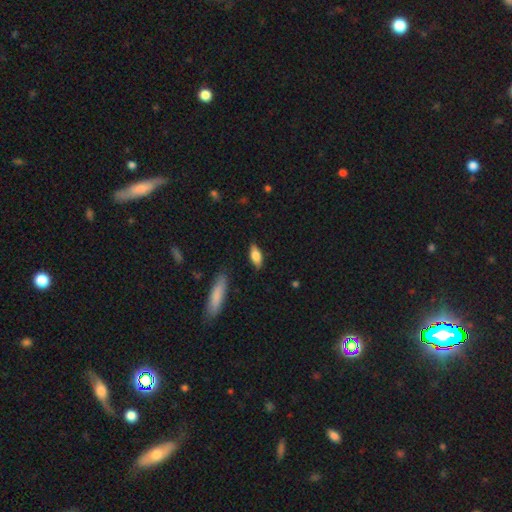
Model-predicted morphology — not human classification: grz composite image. It shows a smooth galaxy with no disk features (77%) that is in between round and cigar-shaped (77%). Merging: none (85%).